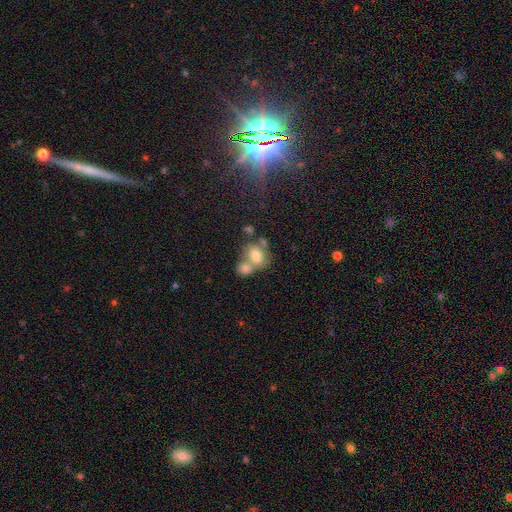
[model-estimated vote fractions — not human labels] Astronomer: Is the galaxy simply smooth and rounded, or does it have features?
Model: smooth — 71%.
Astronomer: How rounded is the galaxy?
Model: in between — 59% (runner-up: round, 40%).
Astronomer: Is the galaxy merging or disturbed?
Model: merger — 59%.